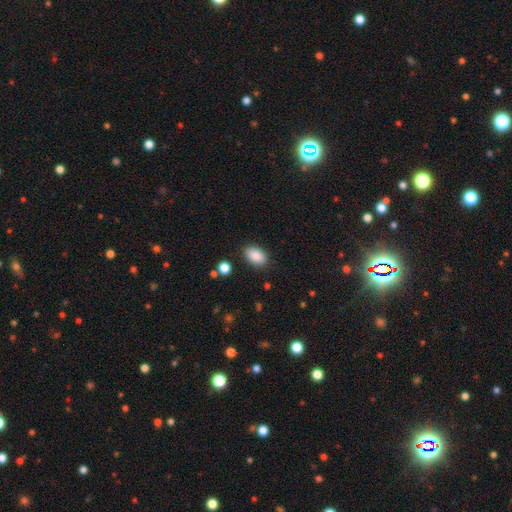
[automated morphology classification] Smooth or featured? Predicted: smooth (p=0.88). How rounded? Predicted: in between (p=0.90). Merging? Predicted: none (p=0.84).